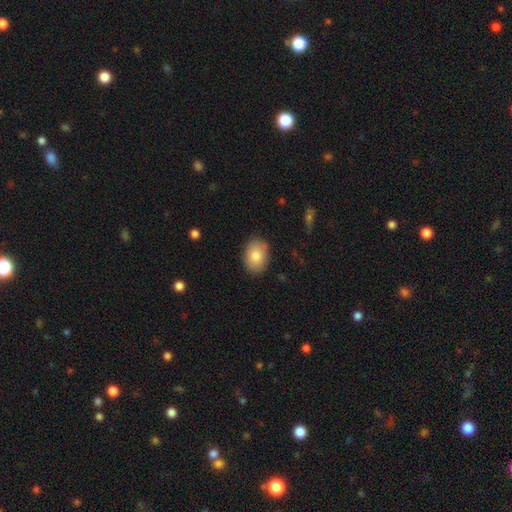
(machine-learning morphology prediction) Overall: smooth (81%). How rounded: in between (75%). Merging: none (85%).